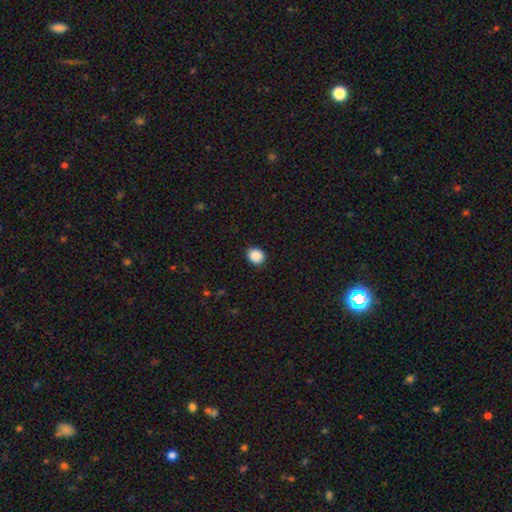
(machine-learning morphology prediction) This is clearly a smooth galaxy (89%). How rounded: likely round (67%). Merging: clearly none (89%).